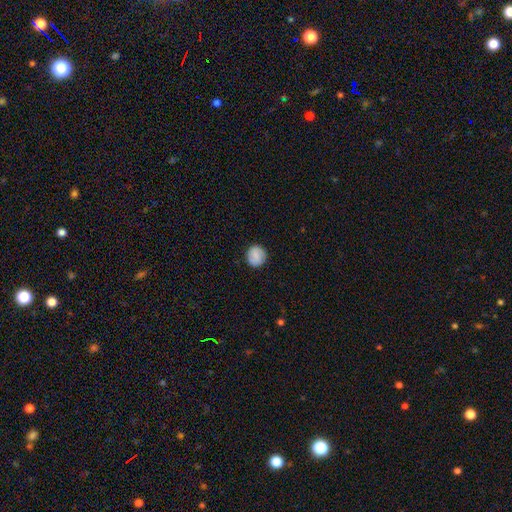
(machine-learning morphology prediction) type=smooth (80%); roundness=round (90%); merging=none (88%).